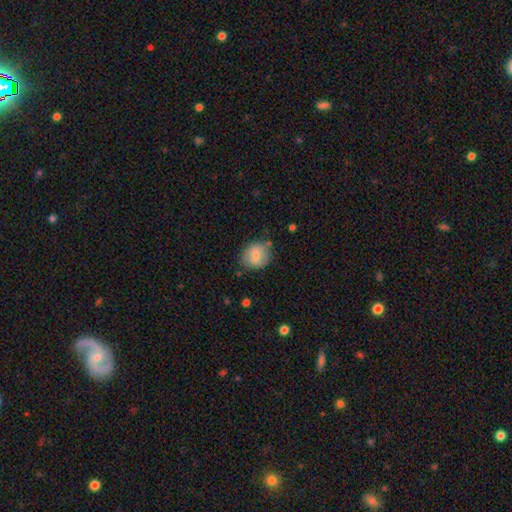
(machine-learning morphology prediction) smooth_or_featured: smooth (p=0.75) [alt: featured or disk p=0.17]
how_rounded: round (p=0.75) [alt: in between p=0.24]
merging: none (p=0.75) [alt: minor disturbance p=0.18]